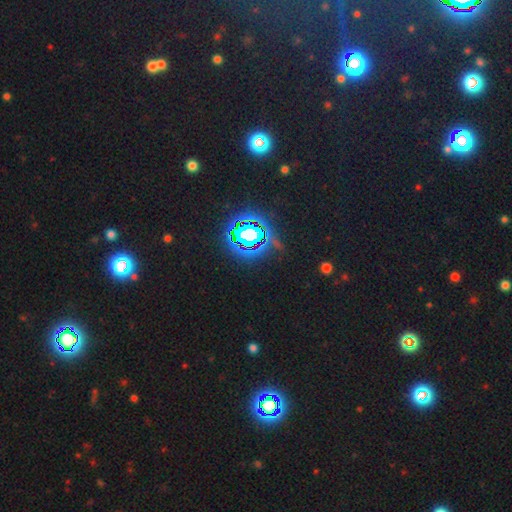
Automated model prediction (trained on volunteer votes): The model was most divided on "smooth or featured": star or artifact: 80%, smooth: 13%, featured or disk: 8%.